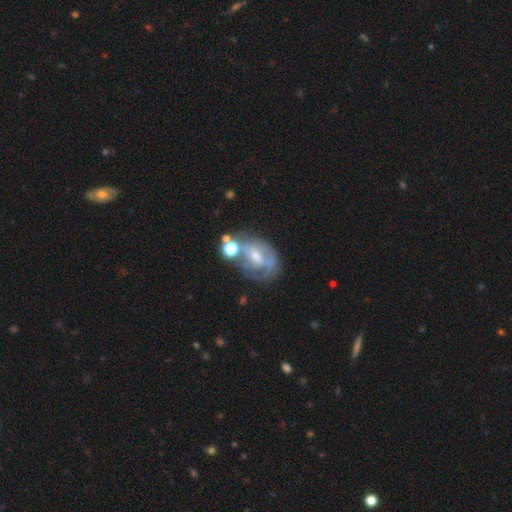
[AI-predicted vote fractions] featured or disk 67%, smooth 22%, star or artifact 11%. Down the decision tree: edge-on disk — no (96%); bar — weak (46%); spiral arms — yes (71%); bulge size — small (49%); merging — none (43%).